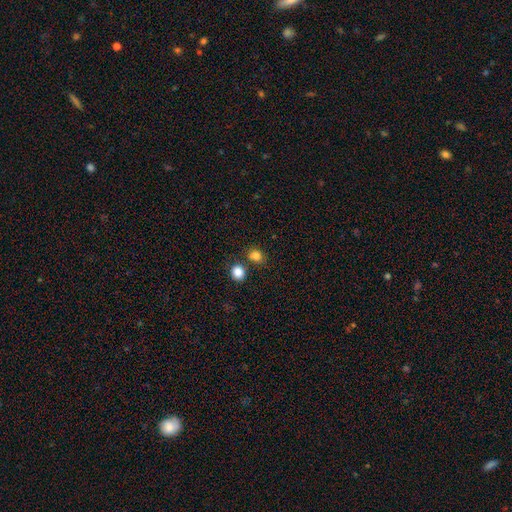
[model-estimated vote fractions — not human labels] smooth 82%, star or artifact 13%, featured or disk 5%. Down the decision tree: how rounded — round (68%); merging — none (66%).